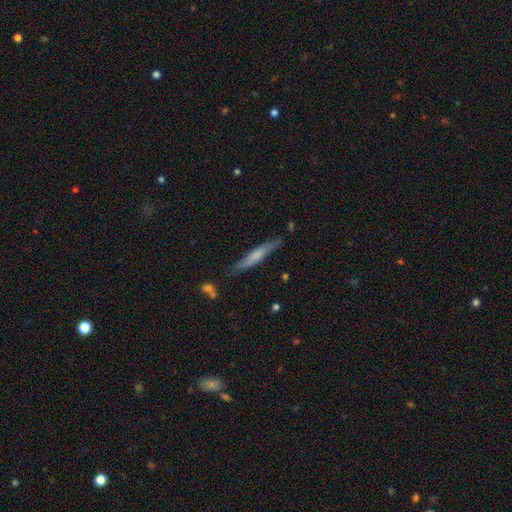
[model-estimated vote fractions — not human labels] Overall: smooth (60%; featured or disk 35%). How rounded: cigar-shaped (93%). Merging: none (79%).